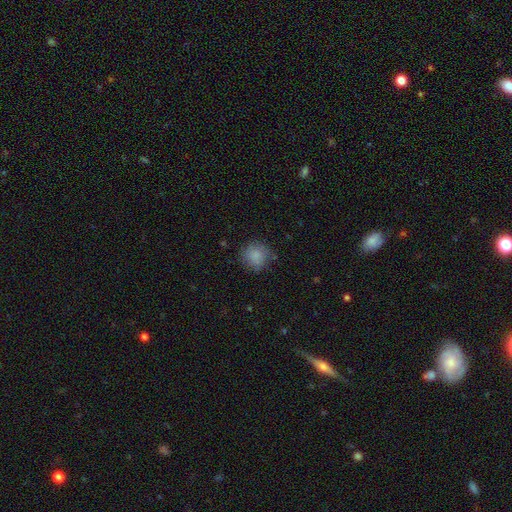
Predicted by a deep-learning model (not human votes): A smooth galaxy with no disk features (85%) that is round (89%).

Vote fractions:
- Smooth or featured? smooth: 85% / star or artifact: 9% / featured or disk: 6%
- How rounded? round: 89% / in between: 10% / cigar-shaped: 1%
- Merging? none: 79% / minor disturbance: 15% / major disturbance: 4% / merger: 1%